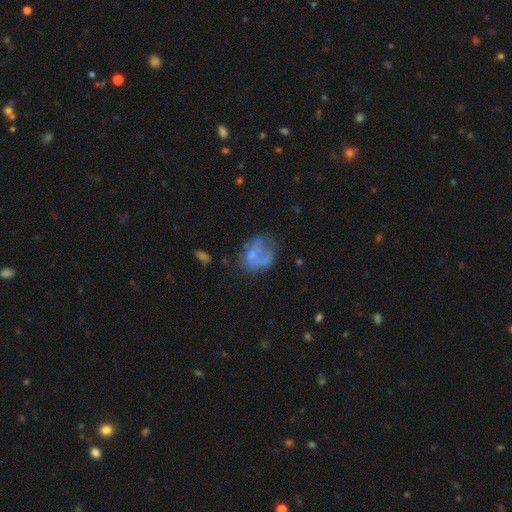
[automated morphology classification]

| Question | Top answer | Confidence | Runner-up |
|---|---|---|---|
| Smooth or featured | smooth | 46% | featured or disk (42%) |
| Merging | none | 33% | major disturbance (31%) |